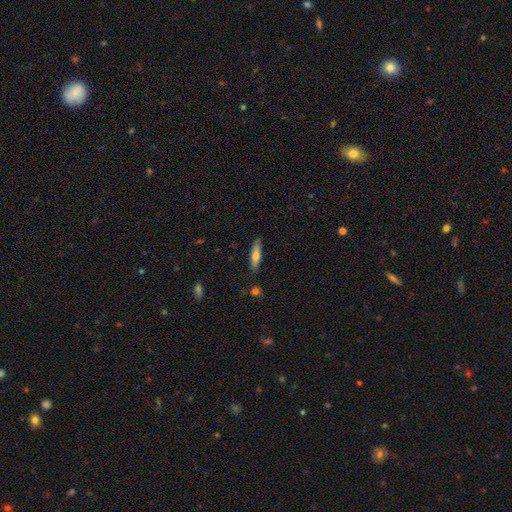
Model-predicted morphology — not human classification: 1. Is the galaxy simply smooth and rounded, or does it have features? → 67% smooth, 27% featured or disk, 6% star or artifact.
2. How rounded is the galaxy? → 78% cigar-shaped, 21% in between, 2% round.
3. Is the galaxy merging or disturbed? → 83% none, 13% minor disturbance, 2% major disturbance, 2% merger.